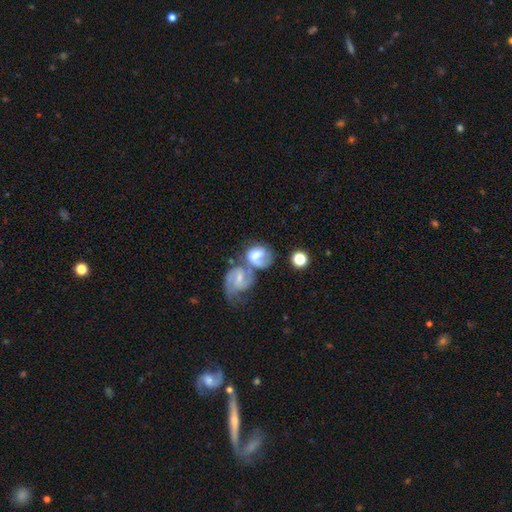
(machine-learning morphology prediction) Smooth or featured: featured or disk — 50% (smooth — 42%)
Edge-on disk: no — 96% (yes — 4%)
Merging: merger — 59% (none — 19%)